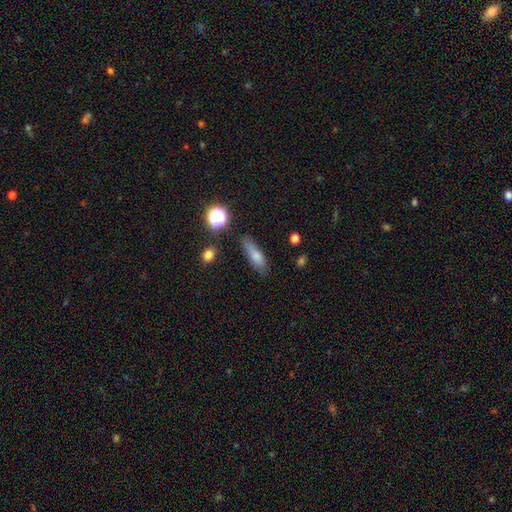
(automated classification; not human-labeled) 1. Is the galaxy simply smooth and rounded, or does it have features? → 73% smooth, 17% featured or disk, 11% star or artifact.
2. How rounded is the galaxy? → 53% cigar-shaped, 42% in between, 5% round.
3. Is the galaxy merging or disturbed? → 72% none, 19% minor disturbance, 6% major disturbance, 4% merger.